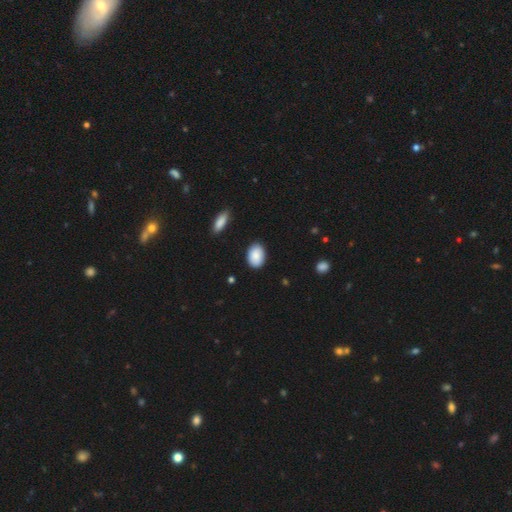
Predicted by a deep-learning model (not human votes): Smooth or featured? smooth (88%)
How rounded? in between (86%)
Merging? none (86%)